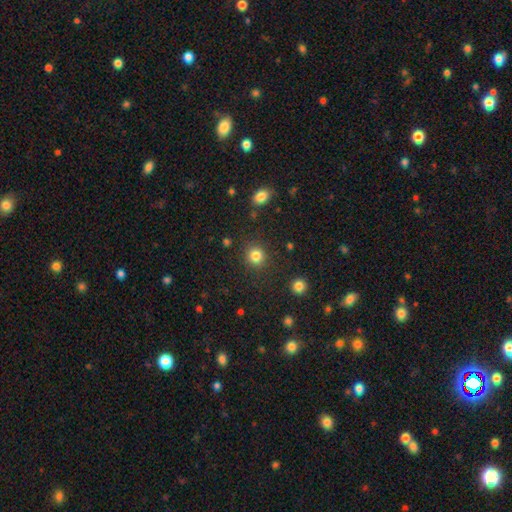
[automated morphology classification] smooth-or-featured: smooth: 84% | star or artifact: 12% | featured or disk: 5%
  how-rounded: round: 90% | in between: 9% | cigar-shaped: 1%
  merging: none: 88% | minor disturbance: 7% | major disturbance: 3% | merger: 2%